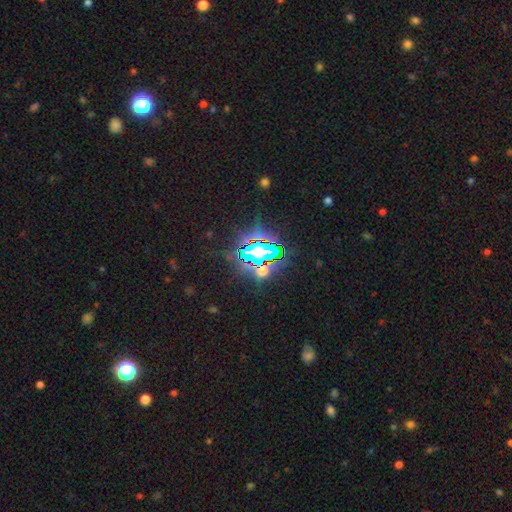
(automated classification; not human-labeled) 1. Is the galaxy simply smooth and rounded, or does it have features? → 81% star or artifact, 11% smooth, 8% featured or disk.